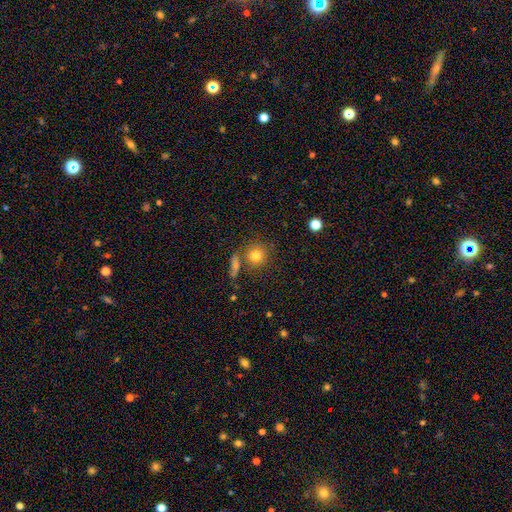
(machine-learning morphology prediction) Smooth or featured?
  - smooth: 79% *
  - star or artifact: 11%
  - featured or disk: 10%
How rounded?
  - round: 88% *
  - in between: 10%
  - cigar-shaped: 1%
Merging?
  - none: 70% *
  - merger: 15%
  - minor disturbance: 10%
  - major disturbance: 4%